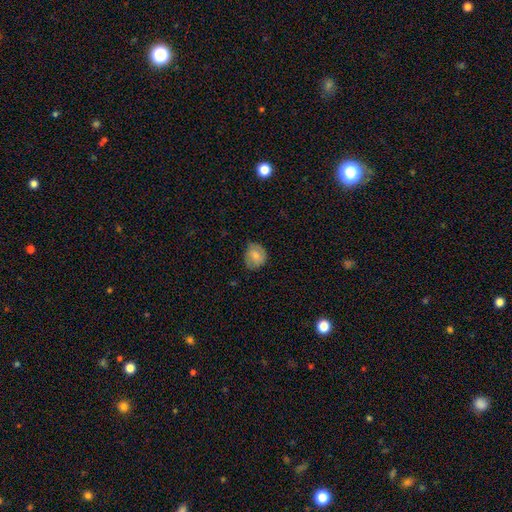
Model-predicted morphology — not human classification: A smooth galaxy with no disk features (74%) that is round (68%).

Vote fractions:
- Smooth or featured? smooth: 74% / featured or disk: 18% / star or artifact: 8%
- How rounded? round: 68% / in between: 31% / cigar-shaped: 1%
- Merging? none: 62% / minor disturbance: 30% / major disturbance: 6% / merger: 1%